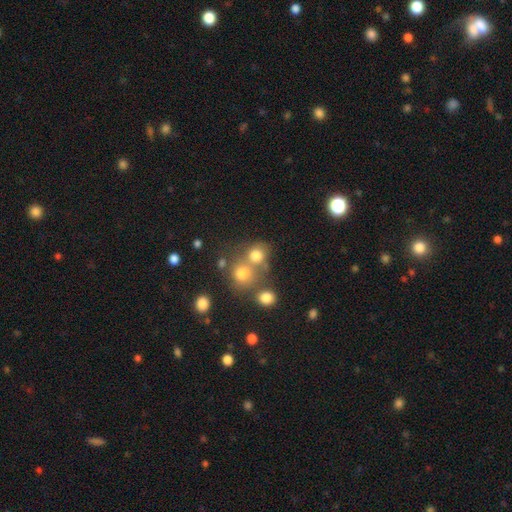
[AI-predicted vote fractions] Q: Smooth or featured?
A: smooth (74%); runner-up: star or artifact (15%)
Q: How rounded?
A: round (79%); runner-up: in between (20%)
Q: Merging?
A: none (47%); runner-up: merger (39%)